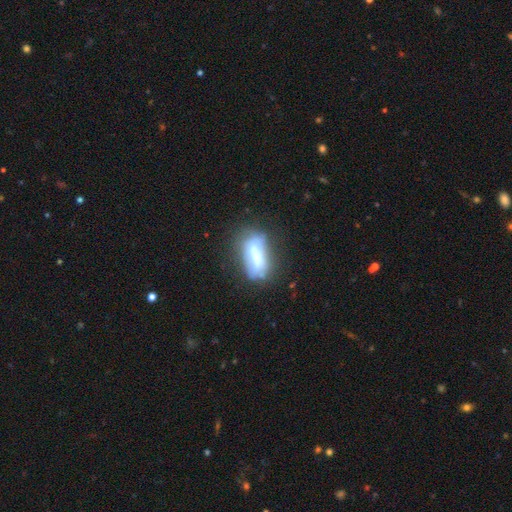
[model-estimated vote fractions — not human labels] Q: Smooth or featured?
A: featured or disk (49%); runner-up: smooth (42%)
Q: Merging?
A: none (54%); runner-up: minor disturbance (26%)